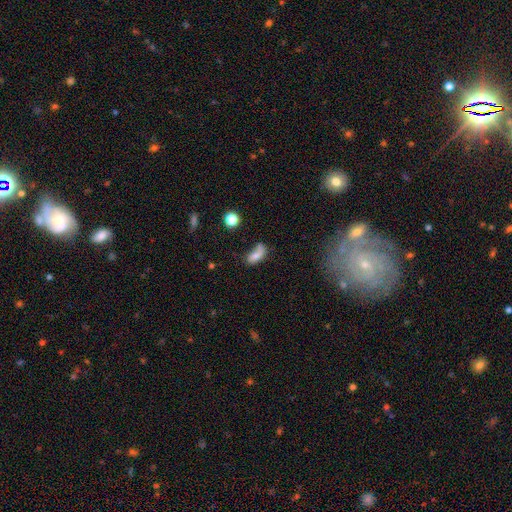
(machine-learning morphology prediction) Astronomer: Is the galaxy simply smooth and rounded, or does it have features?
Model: smooth — 68%.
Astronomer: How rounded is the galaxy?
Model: in between — 83%.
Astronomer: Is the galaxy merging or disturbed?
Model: none — 41% (runner-up: minor disturbance, 28%).